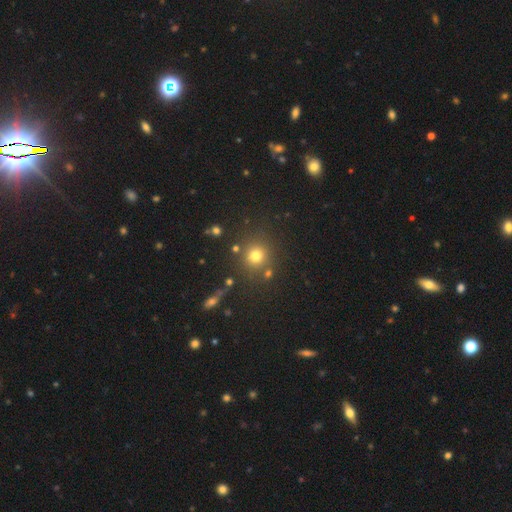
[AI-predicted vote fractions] Overall: smooth (76%). How rounded: round (90%). Merging: none (80%).